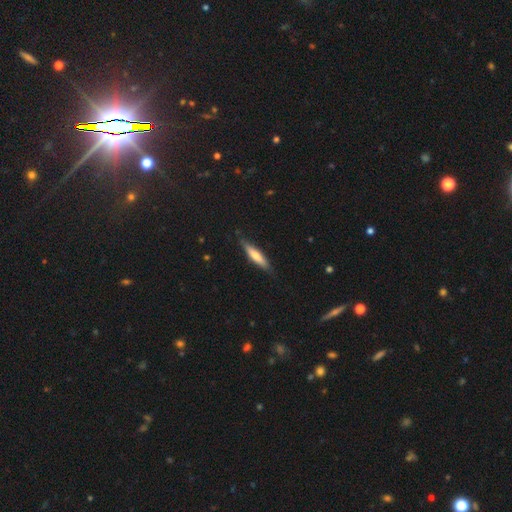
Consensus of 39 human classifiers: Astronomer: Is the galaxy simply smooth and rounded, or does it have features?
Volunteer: smooth — 51% (runner-up: featured or disk, 41%).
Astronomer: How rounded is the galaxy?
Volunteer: cigar-shaped — 90%.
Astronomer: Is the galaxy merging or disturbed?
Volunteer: none — 67%.